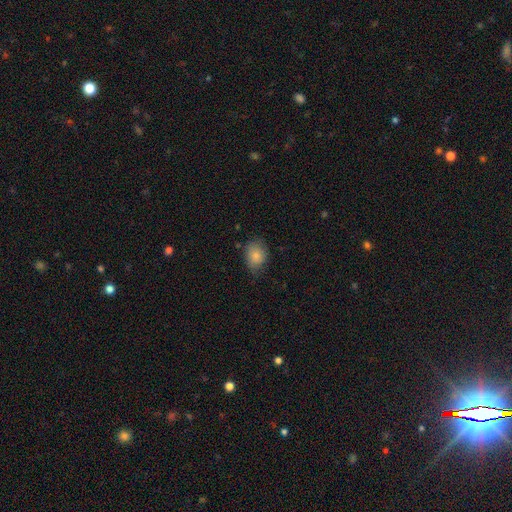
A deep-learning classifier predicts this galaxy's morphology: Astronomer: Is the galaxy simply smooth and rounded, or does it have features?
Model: smooth — 82%.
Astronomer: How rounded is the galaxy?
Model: in between — 60% (runner-up: round, 39%).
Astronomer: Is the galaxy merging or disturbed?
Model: none — 65%.